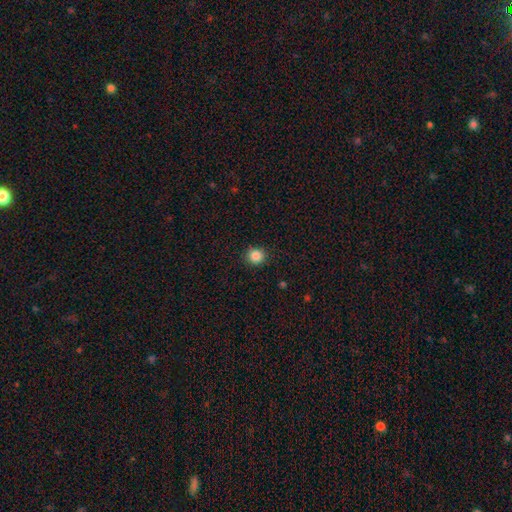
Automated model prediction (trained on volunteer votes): smooth_or_featured: smooth (p=0.86) [alt: star or artifact p=0.10]
how_rounded: round (p=0.91) [alt: in between p=0.08]
merging: none (p=0.91) [alt: minor disturbance p=0.06]